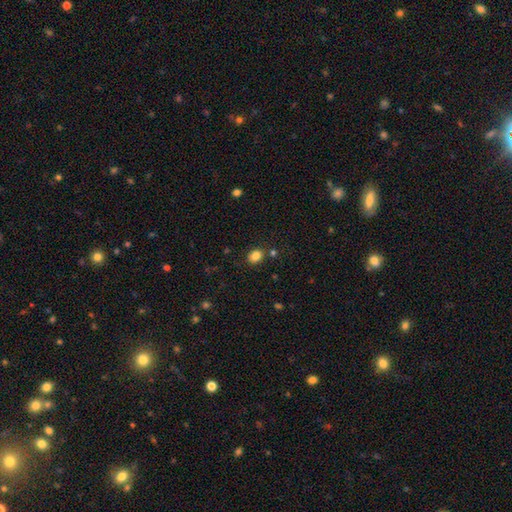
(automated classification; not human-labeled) Smooth or featured? smooth (84%)
How rounded? in between (51%)
Merging? none (80%)